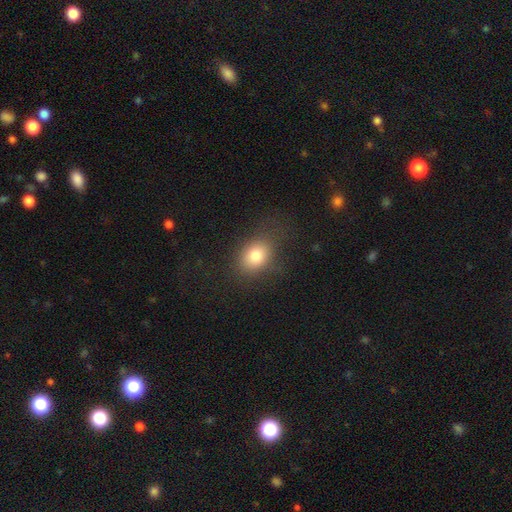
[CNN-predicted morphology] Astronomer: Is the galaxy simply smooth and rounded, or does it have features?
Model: smooth — 78%.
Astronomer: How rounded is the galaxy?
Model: in between — 59% (runner-up: round, 40%).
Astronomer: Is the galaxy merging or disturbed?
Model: none — 73%.